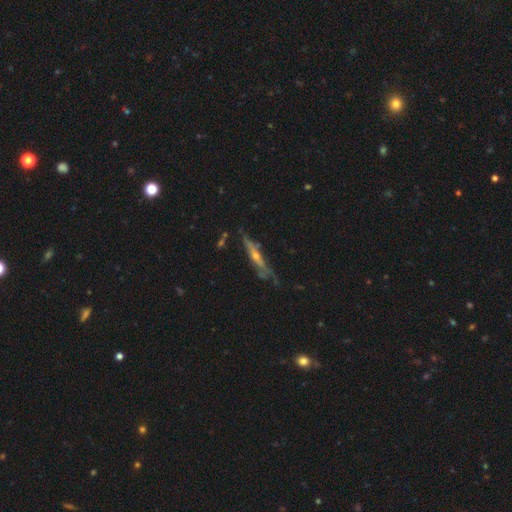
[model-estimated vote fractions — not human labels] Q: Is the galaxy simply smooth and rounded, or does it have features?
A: featured or disk — 74%.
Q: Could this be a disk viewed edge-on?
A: yes — 85%.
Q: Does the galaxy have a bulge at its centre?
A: rounded — 78%.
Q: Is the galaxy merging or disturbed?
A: none — 63%.